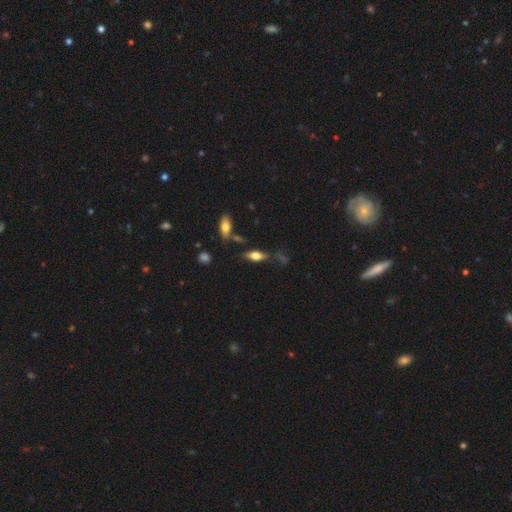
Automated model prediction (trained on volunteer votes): Smooth or featured? smooth (53%)
How rounded? in between (70%)
Merging? none (67%)